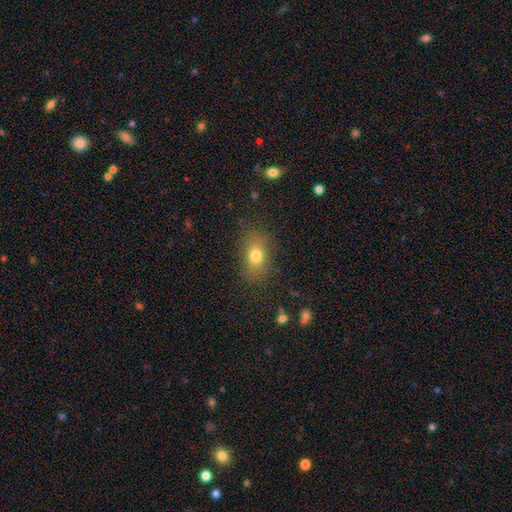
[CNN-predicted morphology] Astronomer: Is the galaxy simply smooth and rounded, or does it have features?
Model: smooth — 76%.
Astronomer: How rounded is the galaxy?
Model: in between — 75%.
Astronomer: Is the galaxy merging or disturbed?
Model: none — 80%.